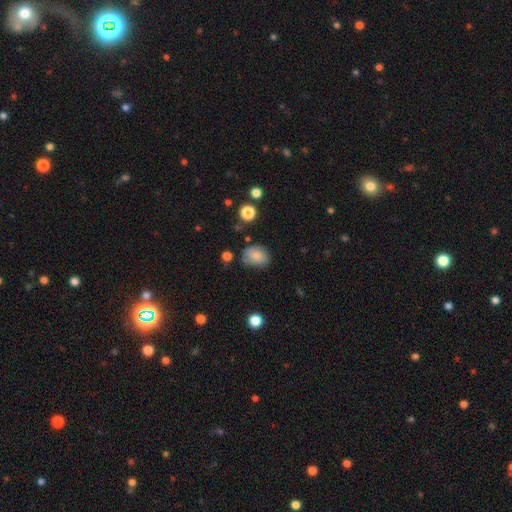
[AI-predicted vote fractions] Smooth or featured? smooth (82%)
How rounded? in between (64%)
Merging? none (64%)